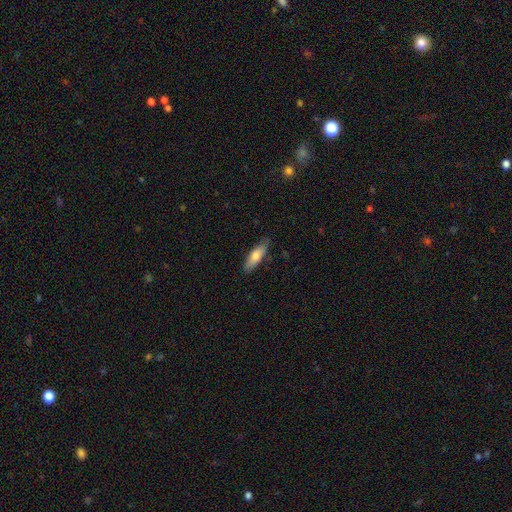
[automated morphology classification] Smooth or featured? Predicted: smooth (p=0.71). How rounded? Predicted: in between (p=0.50). Merging? Predicted: none (p=0.80).